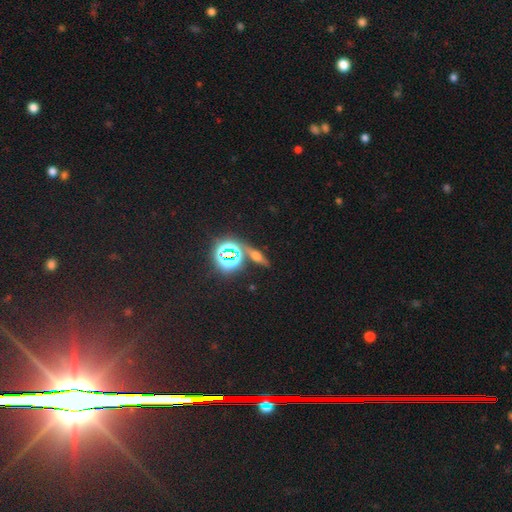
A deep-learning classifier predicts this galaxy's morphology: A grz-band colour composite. It shows a featured or disk galaxy (36%). Merging: none (77%).